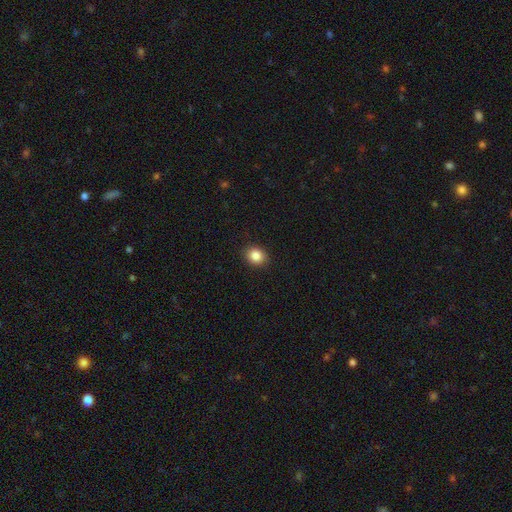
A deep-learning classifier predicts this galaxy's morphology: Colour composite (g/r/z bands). It shows a smooth galaxy with no disk features (85%) that is round (62%). Merging: none (90%).